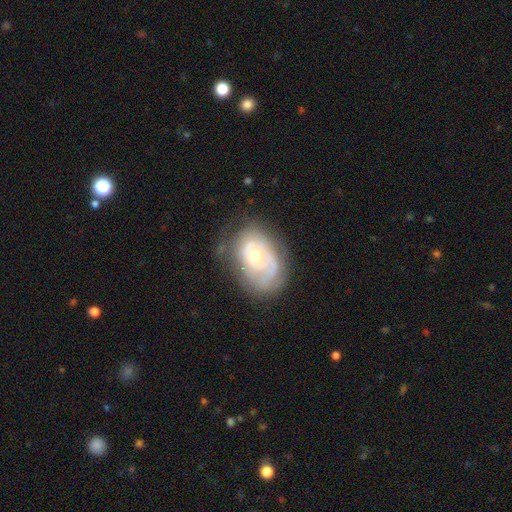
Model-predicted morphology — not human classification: This is likely a featured or disk galaxy (67%). It is clearly not viewed edge-on (95%). Bar: clearly no (83%). Spiral arm pattern: likely yes (62%). Central bulge: possibly moderate (52%). Merging: possibly none (53%).